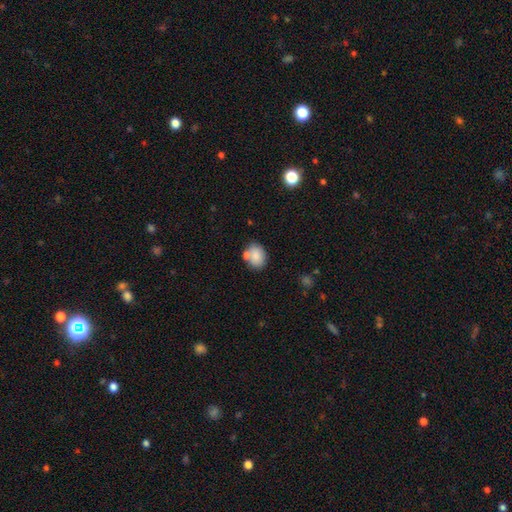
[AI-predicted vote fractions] Smooth or featured?
  - smooth: 82% *
  - featured or disk: 10%
  - star or artifact: 8%
How rounded?
  - in between: 61% *
  - round: 38%
  - cigar-shaped: 1%
Merging?
  - none: 61% *
  - merger: 19%
  - minor disturbance: 15%
  - major disturbance: 4%